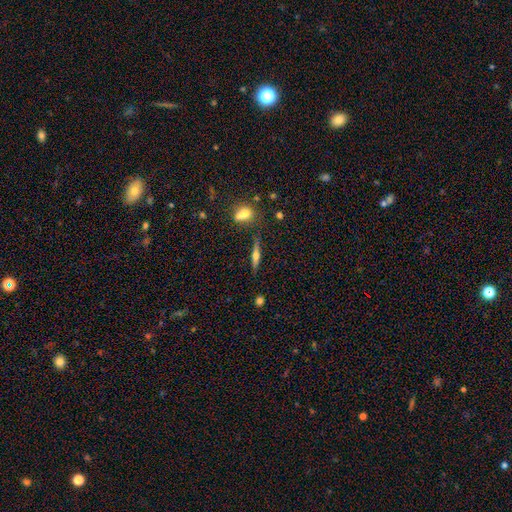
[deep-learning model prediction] Smooth or featured? Predicted: featured or disk (p=0.60). Edge-on disk? Predicted: yes (p=0.95). Edge-on bulge? Predicted: rounded (p=0.91). Merging? Predicted: none (p=0.82).